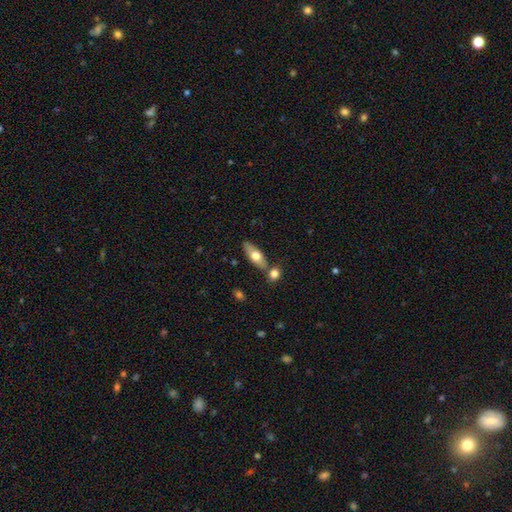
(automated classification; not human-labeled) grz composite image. It shows a smooth galaxy with no disk features (62%) that is in between round and cigar-shaped (65%). Merging: none (70%).